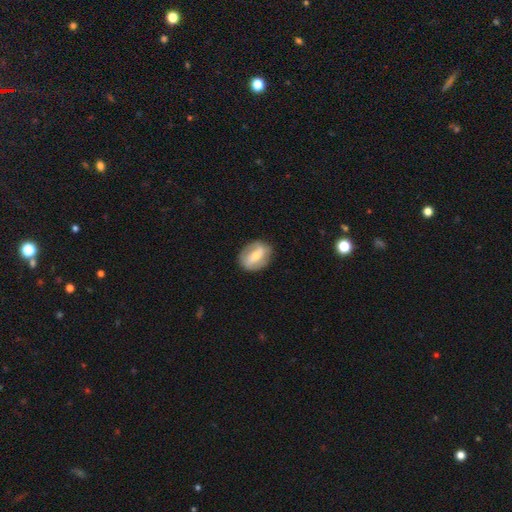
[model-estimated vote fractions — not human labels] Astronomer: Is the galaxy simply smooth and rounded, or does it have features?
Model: featured or disk — 55% (runner-up: smooth, 39%).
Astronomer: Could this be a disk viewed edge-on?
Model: no — 92%.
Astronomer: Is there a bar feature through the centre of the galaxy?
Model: strong — 53% (runner-up: weak, 30%).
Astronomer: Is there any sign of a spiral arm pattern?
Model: yes — 50%, tied with no at 50%.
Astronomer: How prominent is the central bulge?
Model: moderate — 50% (runner-up: small, 43%).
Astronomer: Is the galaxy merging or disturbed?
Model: none — 82%.